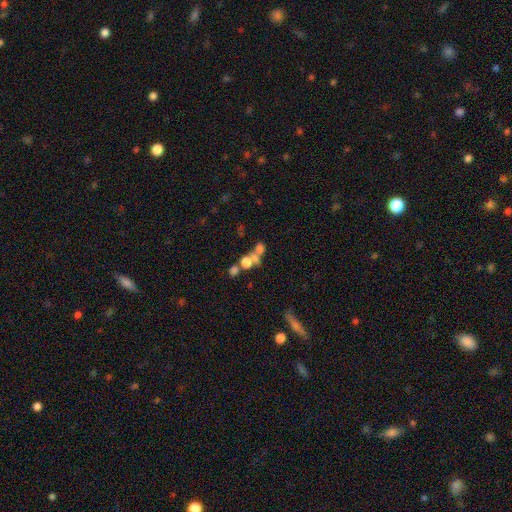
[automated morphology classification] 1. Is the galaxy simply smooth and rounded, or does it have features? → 55% smooth, 23% star or artifact, 22% featured or disk.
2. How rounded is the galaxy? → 69% round, 26% in between, 5% cigar-shaped.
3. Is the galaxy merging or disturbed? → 47% merger, 38% none, 8% minor disturbance, 7% major disturbance.